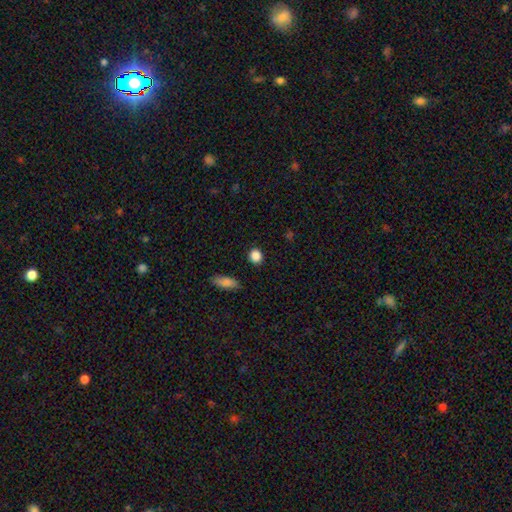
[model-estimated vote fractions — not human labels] Smooth or featured: smooth — 87% (star or artifact — 9%)
How rounded: round — 79% (in between — 19%)
Merging: none — 89% (minor disturbance — 7%)